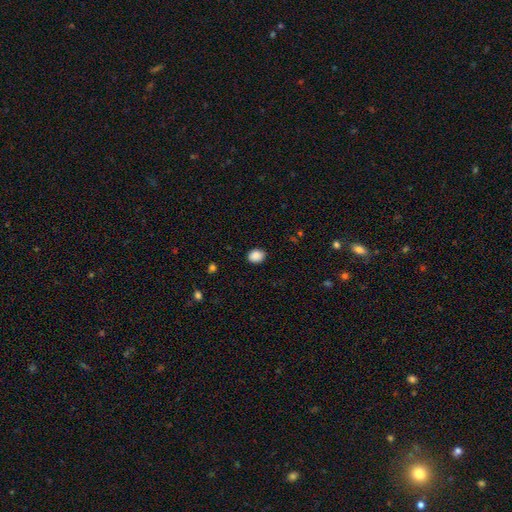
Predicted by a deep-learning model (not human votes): Smooth or featured? smooth (89%)
How rounded? round (51%)
Merging? none (88%)